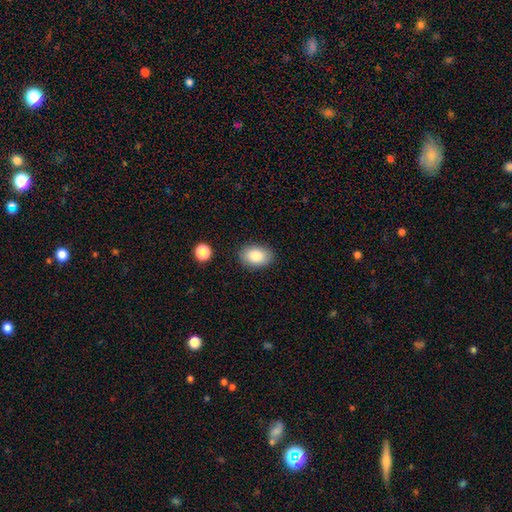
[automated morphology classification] A smooth galaxy with no disk features (85%) that is in between round and cigar-shaped (86%).

Vote fractions:
- Smooth or featured? smooth: 85% / featured or disk: 8% / star or artifact: 7%
- How rounded? in between: 86% / round: 13% / cigar-shaped: 1%
- Merging? none: 87% / minor disturbance: 9% / major disturbance: 2% / merger: 2%